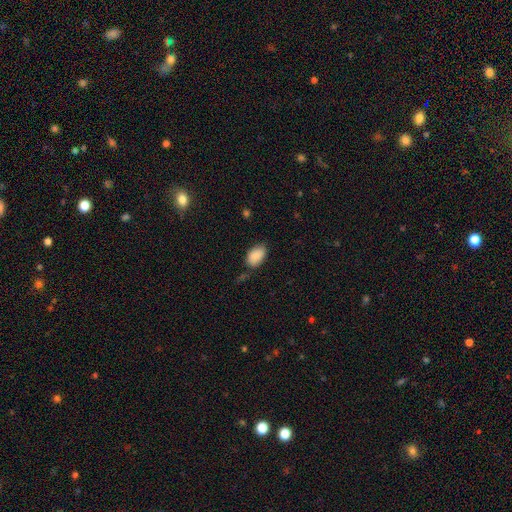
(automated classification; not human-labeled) smooth-or-featured: smooth: 89% | star or artifact: 7% | featured or disk: 5%
  how-rounded: in between: 92% | round: 7% | cigar-shaped: 1%
  merging: none: 74% | minor disturbance: 19% | major disturbance: 4% | merger: 3%